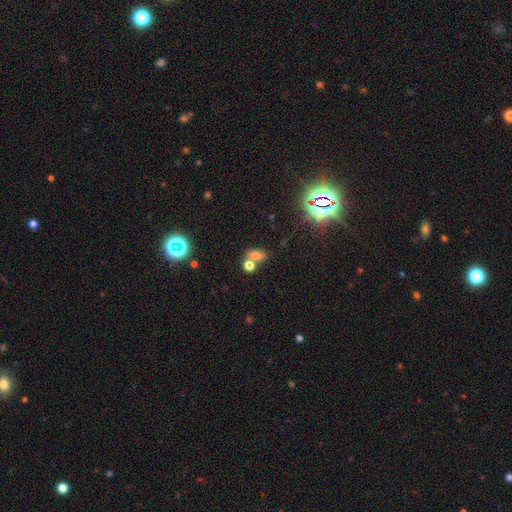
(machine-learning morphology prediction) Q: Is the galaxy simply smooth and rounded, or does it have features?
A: smooth — 68%.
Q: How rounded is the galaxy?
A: in between — 72%.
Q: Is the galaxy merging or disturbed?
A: none — 46%.